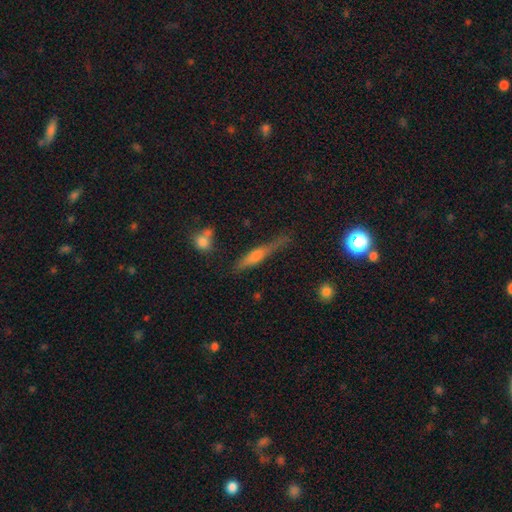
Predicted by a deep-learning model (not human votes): A featured or disk galaxy (48%). Merging: none (63%).